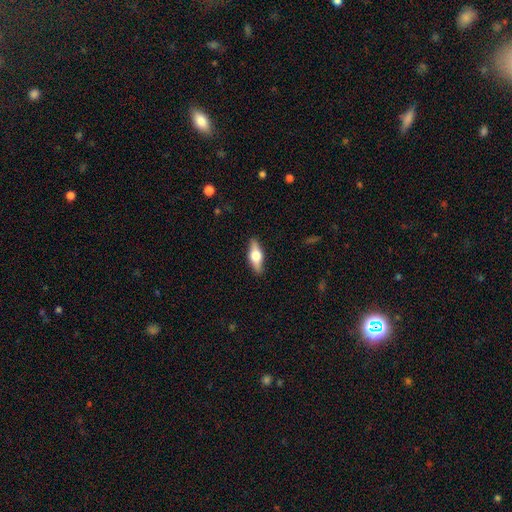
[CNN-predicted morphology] Smooth or featured? featured or disk (51%)
Edge-on disk? yes (92%)
Merging? none (88%)